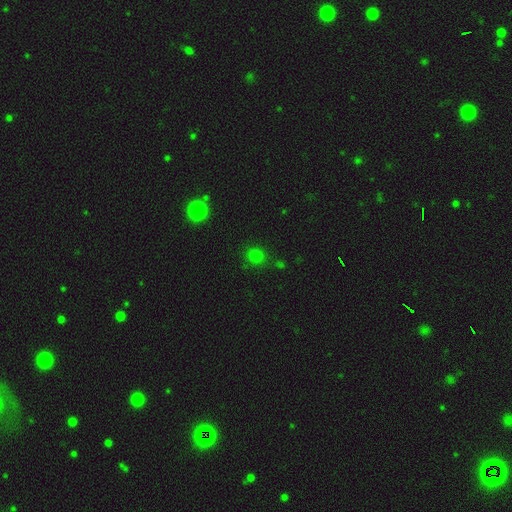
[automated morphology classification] Smooth or featured?
  - smooth: 75% *
  - star or artifact: 20%
  - featured or disk: 4%
How rounded?
  - round: 85% *
  - in between: 13%
  - cigar-shaped: 1%
Merging?
  - none: 82% *
  - minor disturbance: 10%
  - merger: 5%
  - major disturbance: 3%